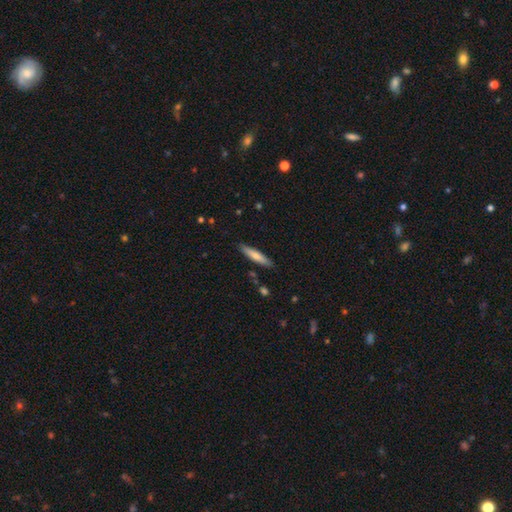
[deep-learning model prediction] The model was most divided on "smooth or featured": smooth: 69%, featured or disk: 25%, star or artifact: 6%. More confident: merging — none (88%); how rounded — cigar-shaped (87%).